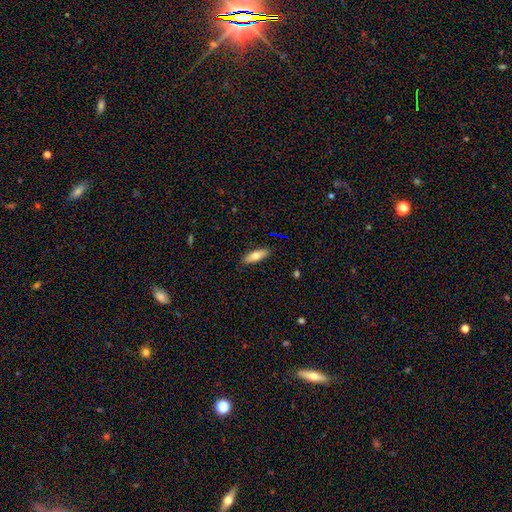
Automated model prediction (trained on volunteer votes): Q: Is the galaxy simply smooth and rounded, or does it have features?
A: smooth — 74%.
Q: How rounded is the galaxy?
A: in between — 58%.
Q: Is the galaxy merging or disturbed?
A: none — 88%.